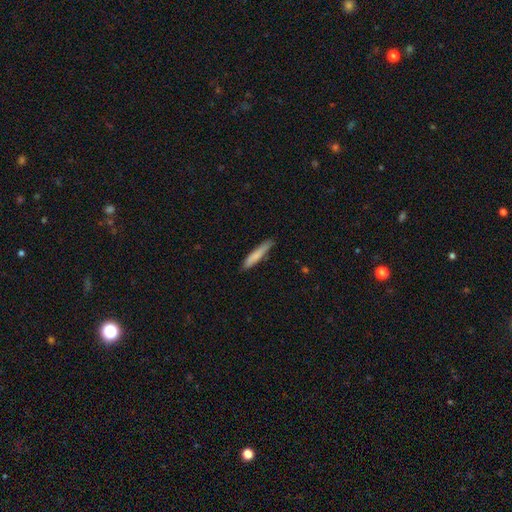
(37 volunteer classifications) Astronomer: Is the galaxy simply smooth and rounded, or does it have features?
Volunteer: smooth — 70%.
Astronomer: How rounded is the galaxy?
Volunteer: cigar-shaped — 81%.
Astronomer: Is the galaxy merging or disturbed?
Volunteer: none — 67%.